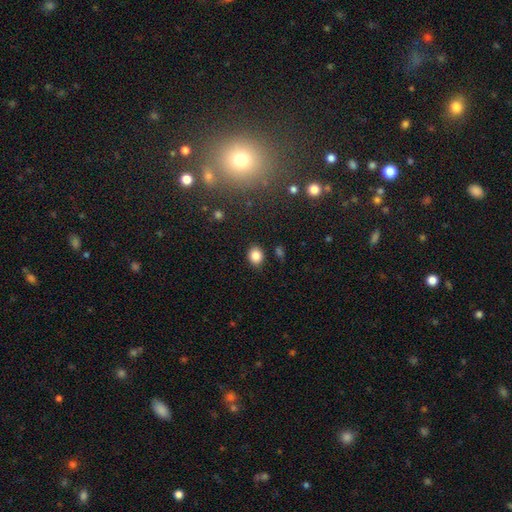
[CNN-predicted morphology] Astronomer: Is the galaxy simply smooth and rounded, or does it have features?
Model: smooth — 85%.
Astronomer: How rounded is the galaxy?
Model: round — 54% (runner-up: in between, 45%).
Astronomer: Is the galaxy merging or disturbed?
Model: none — 86%.